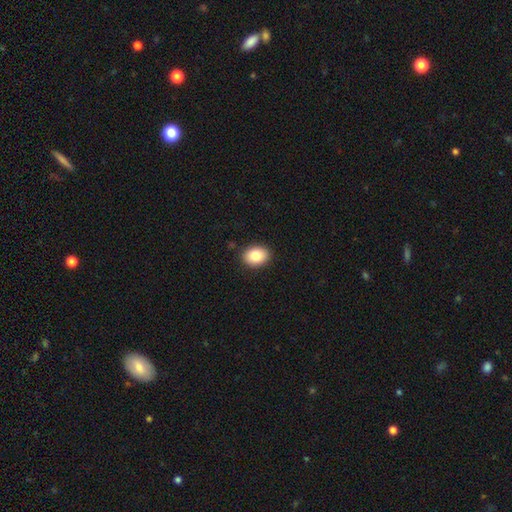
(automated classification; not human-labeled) A smooth galaxy with no disk features (84%) that is in between round and cigar-shaped (68%). Merging: none (90%).